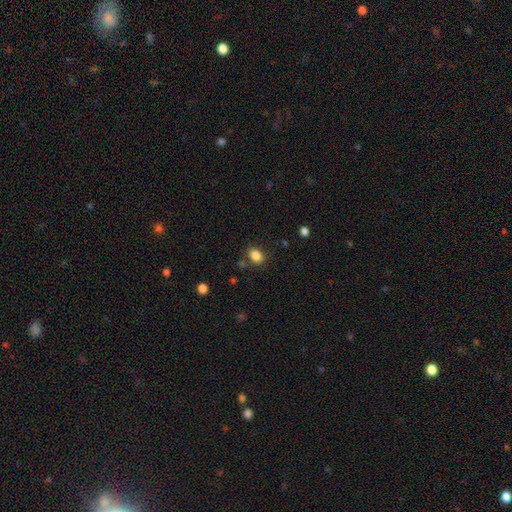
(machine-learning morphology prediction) smooth 85%, star or artifact 10%, featured or disk 5%. Down the decision tree: how rounded — in between (70%); merging — none (77%).